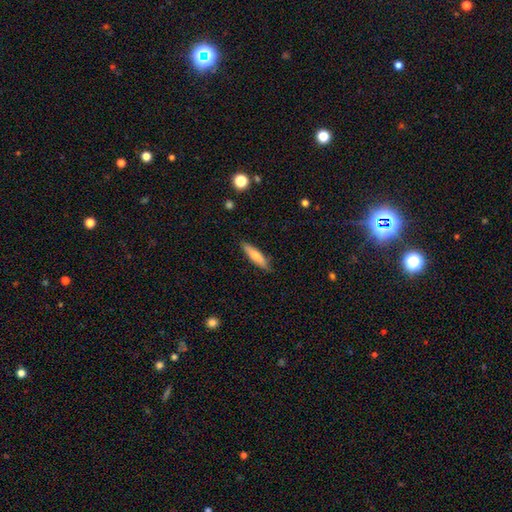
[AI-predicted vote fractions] A smooth galaxy with no disk features (71%) that is cigar-shaped (76%).

Vote fractions:
- Smooth or featured? smooth: 71% / featured or disk: 23% / star or artifact: 6%
- How rounded? cigar-shaped: 76% / in between: 23% / round: 2%
- Merging? none: 86% / minor disturbance: 11% / major disturbance: 2% / merger: 1%